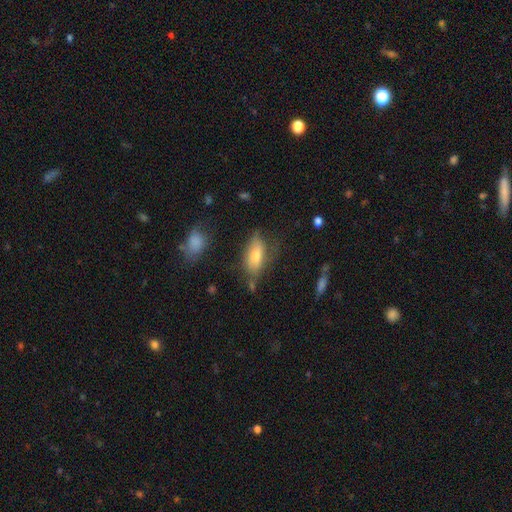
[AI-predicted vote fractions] This is likely a smooth galaxy (67%). How rounded: clearly in between (81%). Merging: possibly none (52%).